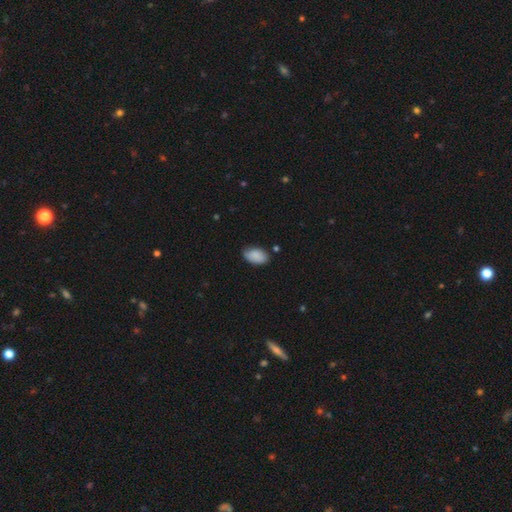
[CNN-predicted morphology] Smooth or featured: smooth — 88% (star or artifact — 7%)
How rounded: in between — 94% (round — 5%)
Merging: none — 73% (minor disturbance — 21%)